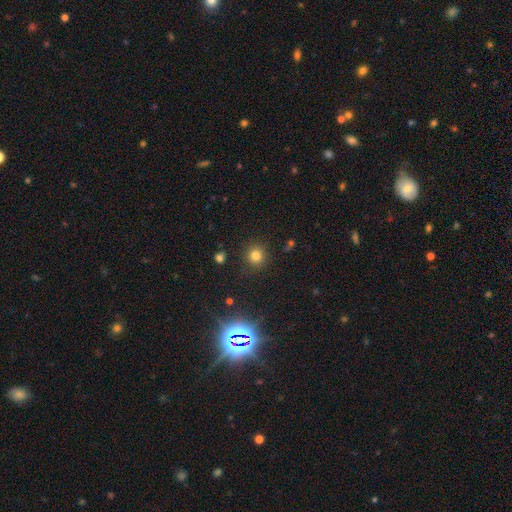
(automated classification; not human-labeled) A smooth galaxy with no disk features (78%) that is round (93%).

Vote fractions:
- Smooth or featured? smooth: 78% / star or artifact: 16% / featured or disk: 6%
- How rounded? round: 93% / in between: 6% / cigar-shaped: 1%
- Merging? none: 89% / minor disturbance: 7% / major disturbance: 3% / merger: 2%